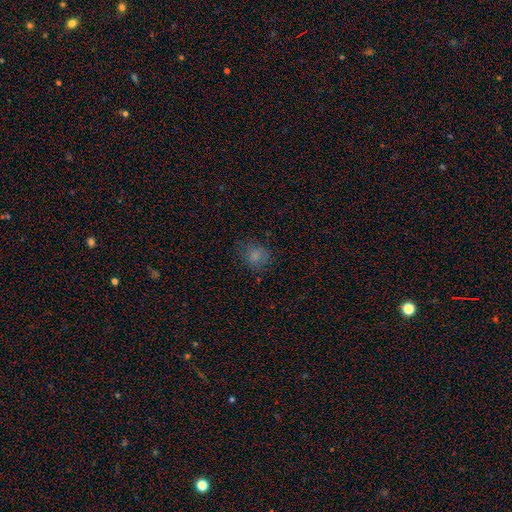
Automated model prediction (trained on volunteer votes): smooth-or-featured: smooth: 77% | star or artifact: 15% | featured or disk: 8%
  how-rounded: round: 68% | in between: 31% | cigar-shaped: 1%
  merging: none: 74% | minor disturbance: 18% | major disturbance: 6% | merger: 1%